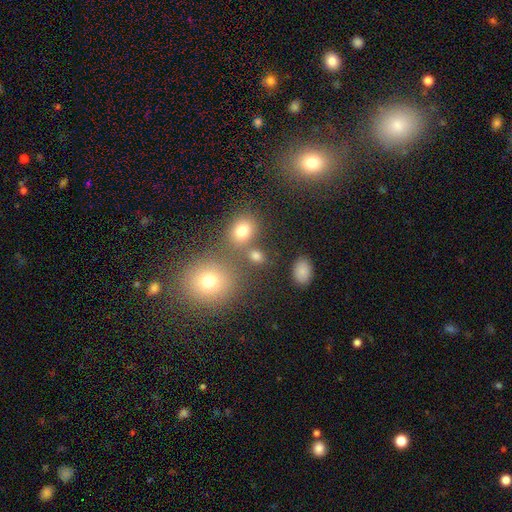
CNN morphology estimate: Q: Smooth or featured?
A: smooth (75%); runner-up: star or artifact (17%)
Q: How rounded?
A: round (52%); runner-up: in between (46%)
Q: Merging?
A: none (67%); runner-up: merger (18%)